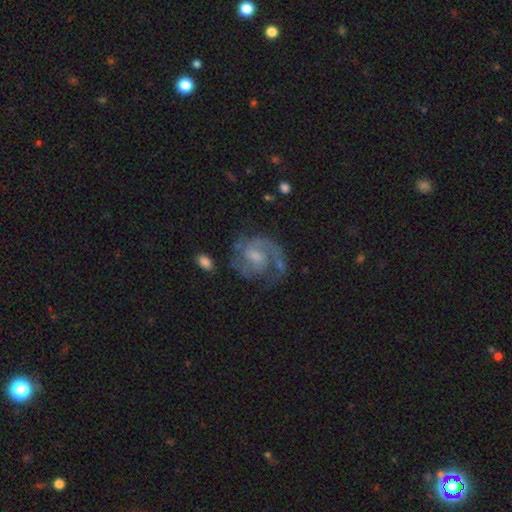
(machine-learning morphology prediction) Smooth or featured?
  - featured or disk: 78% *
  - smooth: 15%
  - star or artifact: 7%
Edge-on disk?
  - no: 98% *
  - yes: 2%
Bar?
  - weak: 52% *
  - no: 36%
  - strong: 12%
Spiral arms?
  - yes: 92% *
  - no: 8%
Spiral winding?
  - medium: 48% *
  - tight: 33%
  - loose: 18%
Spiral arm count?
  - 2: 60% *
  - 1: 24%
  - can't tell: 10%
  - 3: 4%
  - 4: 2%
  - more than 4: 2%
Bulge size?
  - moderate: 37% *
  - small: 32%
  - none: 19%
  - large: 10%
  - dominant: 2%
Merging?
  - none: 57% *
  - minor disturbance: 20%
  - major disturbance: 19%
  - merger: 4%